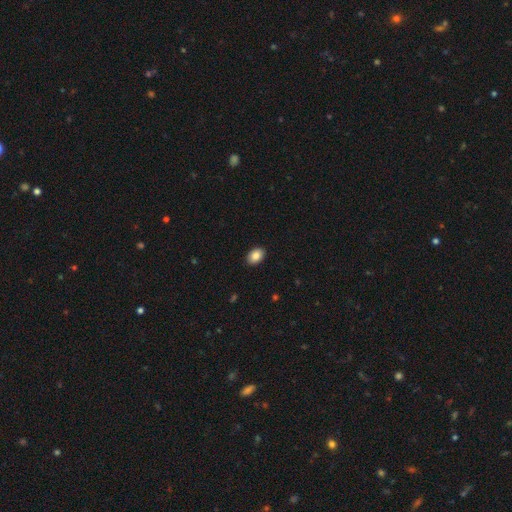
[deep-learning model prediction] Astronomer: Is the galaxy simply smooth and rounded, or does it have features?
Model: smooth — 86%.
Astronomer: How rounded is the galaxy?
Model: in between — 82%.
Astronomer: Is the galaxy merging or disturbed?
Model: none — 90%.